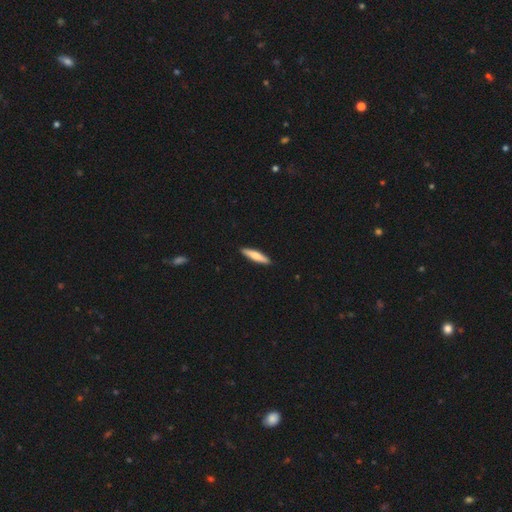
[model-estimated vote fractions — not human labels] Smooth or featured? smooth (68%)
How rounded? cigar-shaped (84%)
Merging? none (91%)